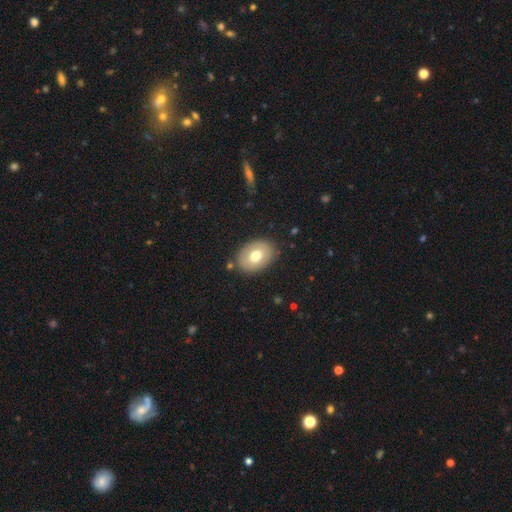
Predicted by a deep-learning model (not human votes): smooth-or-featured: smooth: 66% | featured or disk: 27% | star or artifact: 7%
  how-rounded: in between: 76% | round: 23% | cigar-shaped: 1%
  merging: none: 82% | minor disturbance: 12% | major disturbance: 3% | merger: 2%